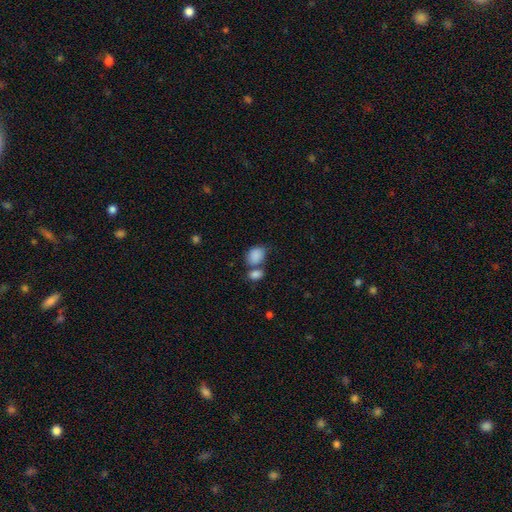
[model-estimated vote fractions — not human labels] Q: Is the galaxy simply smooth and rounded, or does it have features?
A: smooth — 85%.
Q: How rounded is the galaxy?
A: in between — 68%.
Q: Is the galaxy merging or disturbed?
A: merger — 43%.